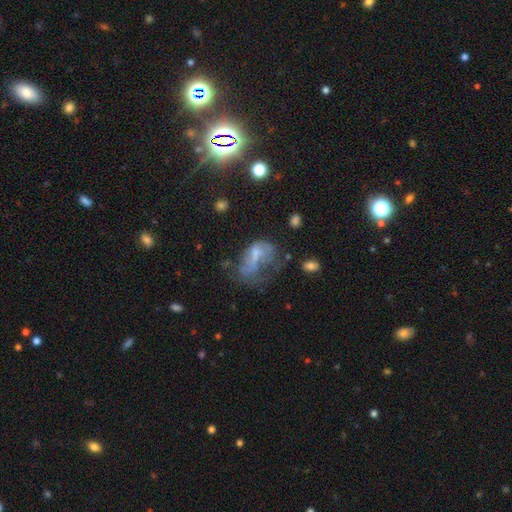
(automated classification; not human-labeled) Q: Smooth or featured?
A: featured or disk (47%); runner-up: smooth (37%)
Q: Merging?
A: major disturbance (49%); runner-up: none (22%)